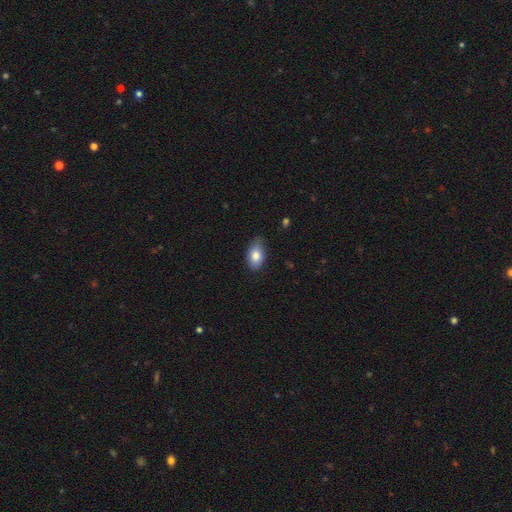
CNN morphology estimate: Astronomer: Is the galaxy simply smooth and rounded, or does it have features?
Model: smooth — 82%.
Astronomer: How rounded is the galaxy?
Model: in between — 91%.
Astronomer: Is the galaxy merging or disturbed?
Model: none — 73%.